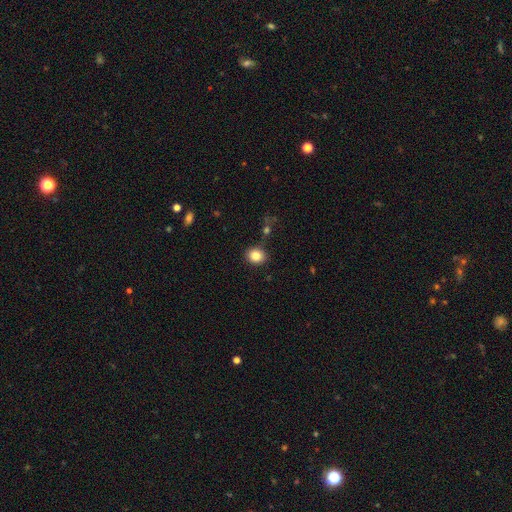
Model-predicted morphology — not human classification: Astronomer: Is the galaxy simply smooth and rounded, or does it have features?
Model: smooth — 84%.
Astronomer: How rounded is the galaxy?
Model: round — 70%.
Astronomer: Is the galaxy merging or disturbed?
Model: none — 86%.